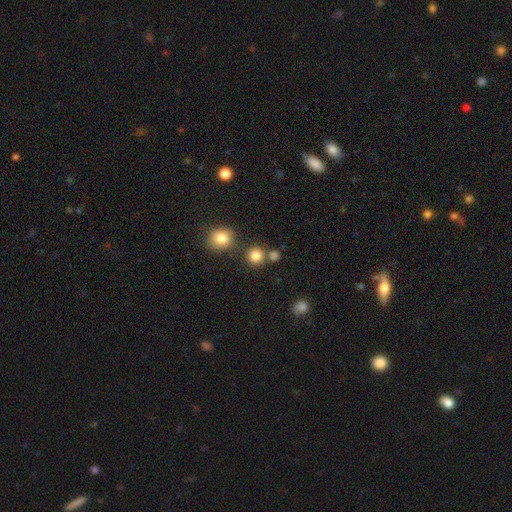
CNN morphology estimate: smooth 83%, star or artifact 12%, featured or disk 5%. Down the decision tree: how rounded — round (91%); merging — none (75%).